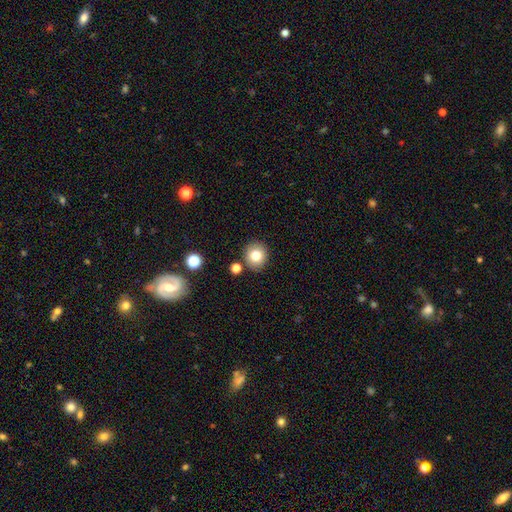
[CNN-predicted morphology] Q: Smooth or featured?
A: smooth (80%); runner-up: star or artifact (11%)
Q: How rounded?
A: round (85%); runner-up: in between (14%)
Q: Merging?
A: none (86%); runner-up: minor disturbance (8%)